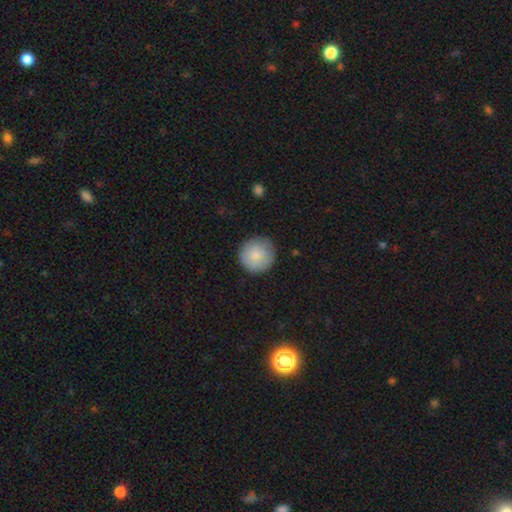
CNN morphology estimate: Smooth or featured? Predicted: smooth (p=0.83). How rounded? Predicted: round (p=0.94). Merging? Predicted: none (p=0.85).